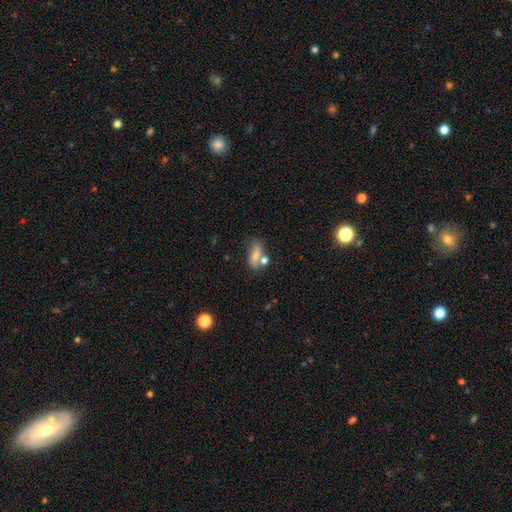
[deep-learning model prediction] smooth 67%, featured or disk 23%, star or artifact 10%. Down the decision tree: how rounded — in between (76%); merging — none (50%).